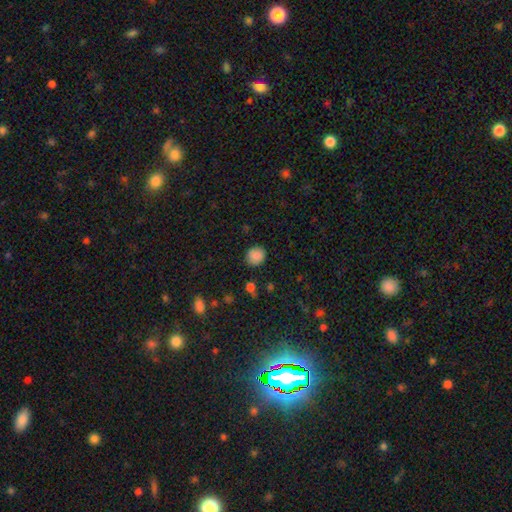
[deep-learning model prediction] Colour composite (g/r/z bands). It shows a smooth galaxy with no disk features (87%) that is round (81%). Merging: none (87%).